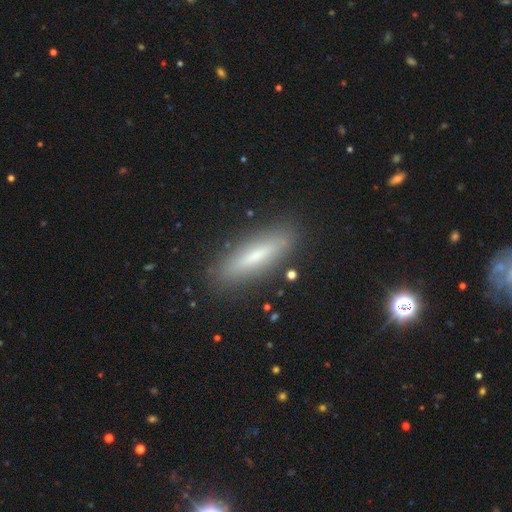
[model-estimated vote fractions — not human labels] A smooth galaxy with no disk features (56%) that is cigar-shaped (72%).

Vote fractions:
- Smooth or featured? smooth: 56% / featured or disk: 35% / star or artifact: 8%
- How rounded? cigar-shaped: 72% / in between: 26% / round: 2%
- Merging? none: 87% / minor disturbance: 9% / major disturbance: 2% / merger: 2%